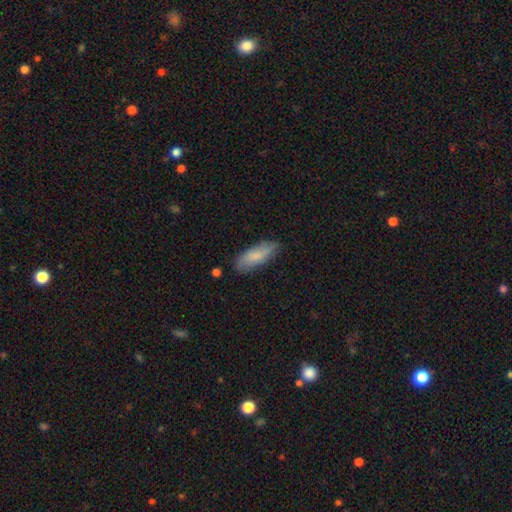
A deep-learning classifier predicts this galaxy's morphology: The model was most divided on "how rounded": in between: 66%, cigar-shaped: 32%, round: 2%. More confident: smooth or featured — smooth (80%); merging — none (79%).